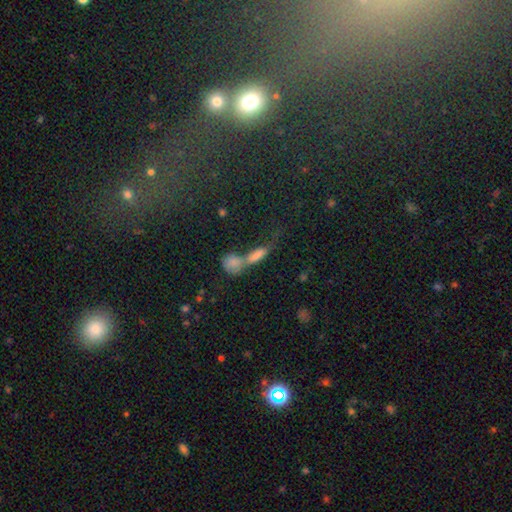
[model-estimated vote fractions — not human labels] Smooth or featured? Predicted: smooth (p=0.62). How rounded? Predicted: in between (p=0.50). Merging? Predicted: merger (p=0.57).